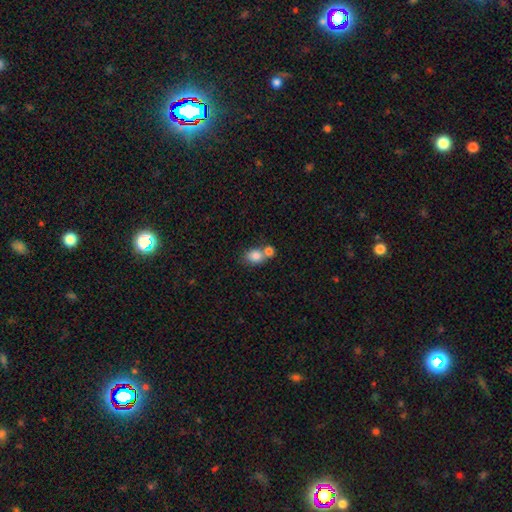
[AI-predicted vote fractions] A smooth galaxy with no disk features (82%) that is round (55%). Merging: merger (45%).